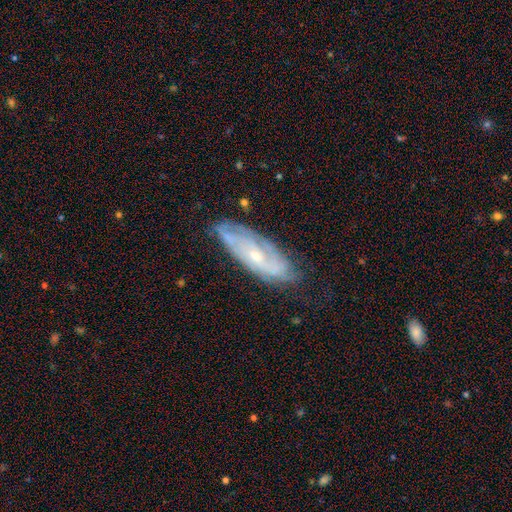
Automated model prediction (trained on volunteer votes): Q: Smooth or featured?
A: featured or disk (76%); runner-up: smooth (18%)
Q: Edge-on disk?
A: no (86%); runner-up: yes (14%)
Q: Bar?
A: no (67%); runner-up: weak (27%)
Q: Spiral arms?
A: yes (88%); runner-up: no (12%)
Q: Spiral winding?
A: tight (57%); runner-up: medium (33%)
Q: Spiral arm count?
A: can't tell (46%); runner-up: 2 (28%)
Q: Bulge size?
A: small (66%); runner-up: moderate (30%)
Q: Merging?
A: none (70%); runner-up: minor disturbance (23%)